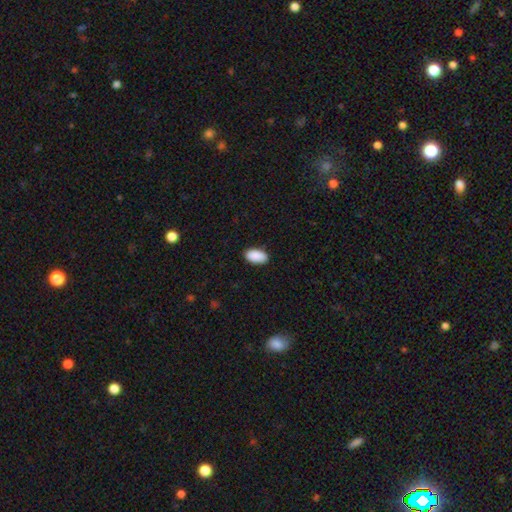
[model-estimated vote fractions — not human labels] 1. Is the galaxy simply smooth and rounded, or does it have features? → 91% smooth, 6% star or artifact, 3% featured or disk.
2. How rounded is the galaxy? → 95% in between, 3% round, 2% cigar-shaped.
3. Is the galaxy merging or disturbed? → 86% none, 11% minor disturbance, 2% major disturbance, 1% merger.